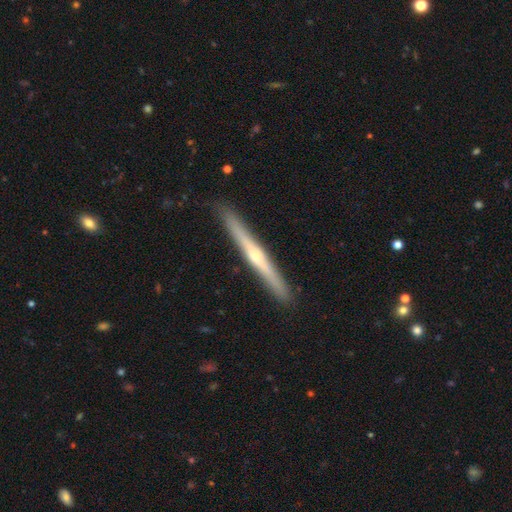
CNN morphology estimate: Smooth or featured: featured or disk — 69% (smooth — 26%)
Edge-on disk: yes — 98% (no — 2%)
Edge-on bulge: rounded — 73% (none — 23%)
Merging: none — 89% (minor disturbance — 8%)